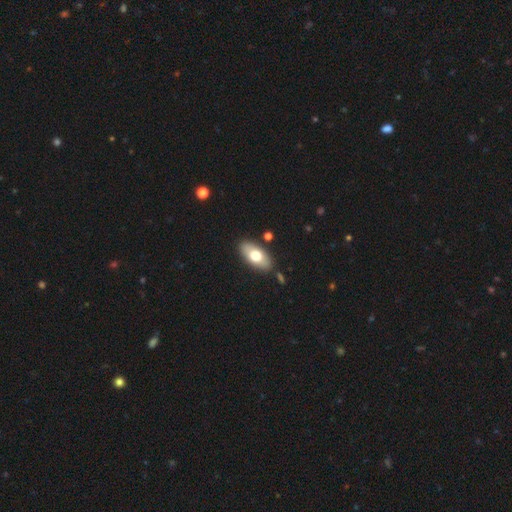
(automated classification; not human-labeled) Smooth or featured? Predicted: smooth (p=0.69). How rounded? Predicted: in between (p=0.91). Merging? Predicted: none (p=0.85).